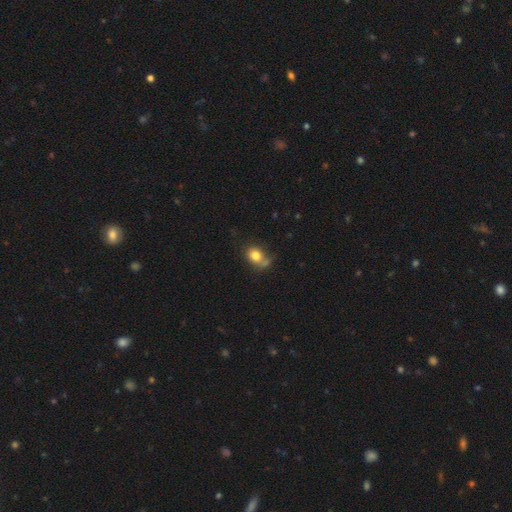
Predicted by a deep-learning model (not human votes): smooth_or_featured: smooth (p=0.79) [alt: star or artifact p=0.11]
how_rounded: round (p=0.59) [alt: in between p=0.40]
merging: none (p=0.48) [alt: minor disturbance p=0.21]